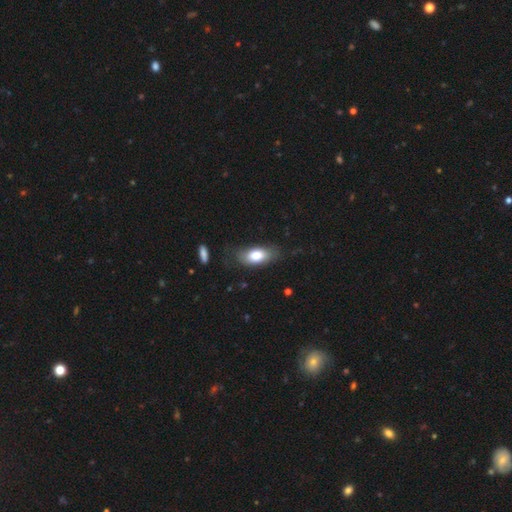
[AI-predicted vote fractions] A smooth galaxy with no disk features (75%) that is in between round and cigar-shaped (87%).

Vote fractions:
- Smooth or featured? smooth: 75% / featured or disk: 18% / star or artifact: 7%
- How rounded? in between: 87% / cigar-shaped: 8% / round: 6%
- Merging? none: 73% / minor disturbance: 19% / major disturbance: 6% / merger: 2%